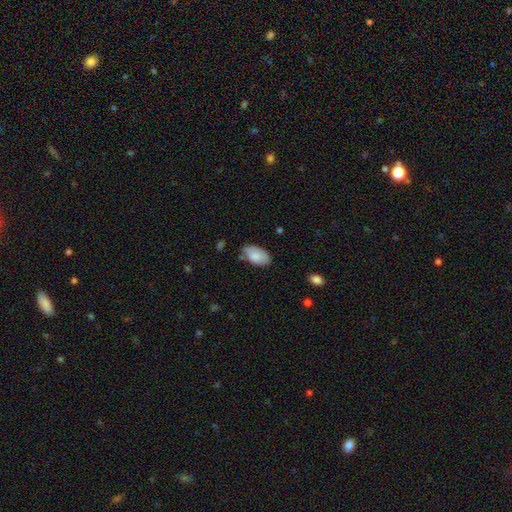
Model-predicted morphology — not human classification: This is clearly a smooth galaxy (81%). How rounded: clearly in between (95%). Merging: likely none (65%).